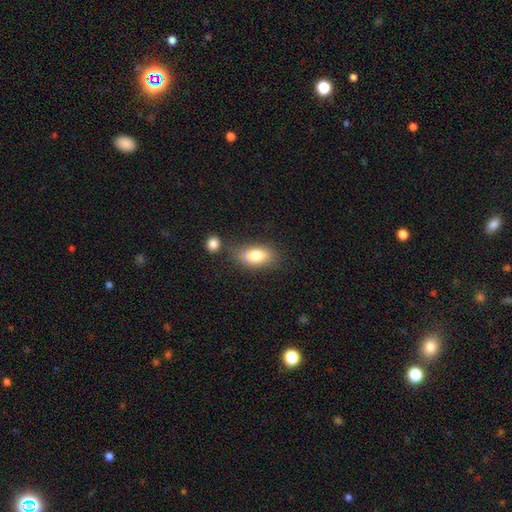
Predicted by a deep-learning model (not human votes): This appears to be a smooth galaxy with no disk features (78%) that is in between round and cigar-shaped (87%). Merging: none (66%).